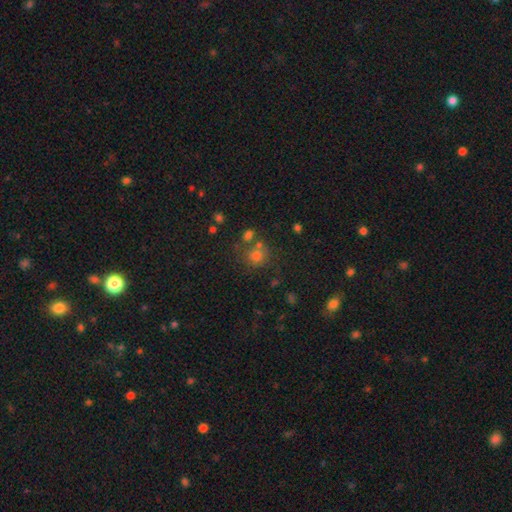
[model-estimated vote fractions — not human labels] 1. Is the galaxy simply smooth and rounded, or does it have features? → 70% smooth, 20% star or artifact, 10% featured or disk.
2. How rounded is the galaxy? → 82% round, 17% in between, 1% cigar-shaped.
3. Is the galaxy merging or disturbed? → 61% none, 22% merger, 12% minor disturbance, 5% major disturbance.